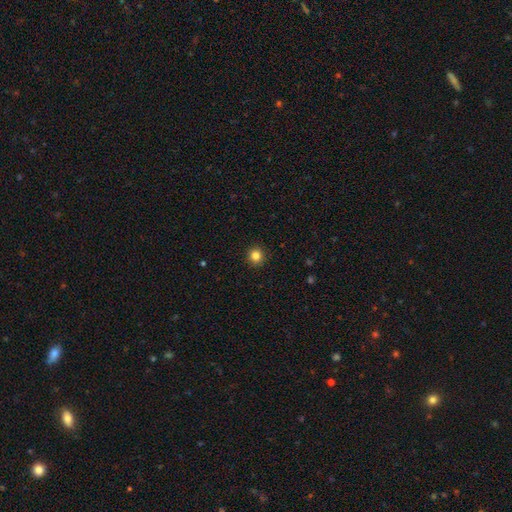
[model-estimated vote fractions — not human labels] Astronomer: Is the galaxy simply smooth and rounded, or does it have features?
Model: smooth — 82%.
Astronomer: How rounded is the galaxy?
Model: round — 94%.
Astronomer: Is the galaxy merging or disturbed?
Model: none — 93%.